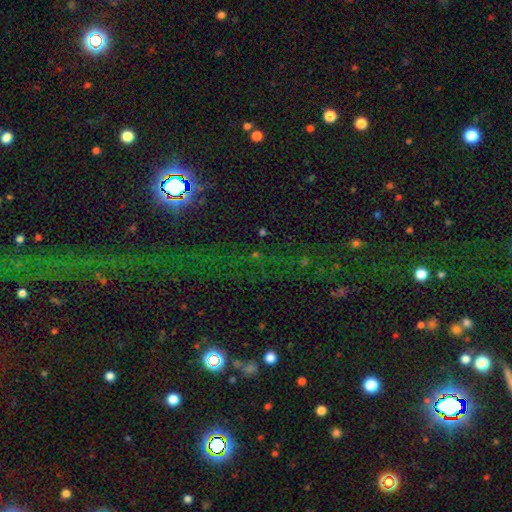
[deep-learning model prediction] Smooth or featured?
  - star or artifact: 76% *
  - smooth: 15%
  - featured or disk: 9%